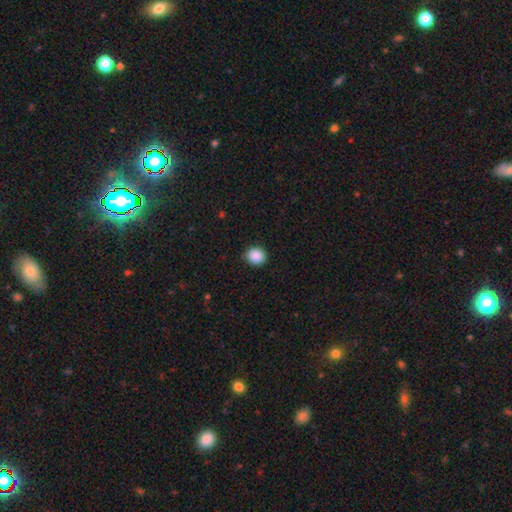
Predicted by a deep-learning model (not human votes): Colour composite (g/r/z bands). It shows a smooth galaxy with no disk features (89%) that is round (87%). Merging: none (88%).